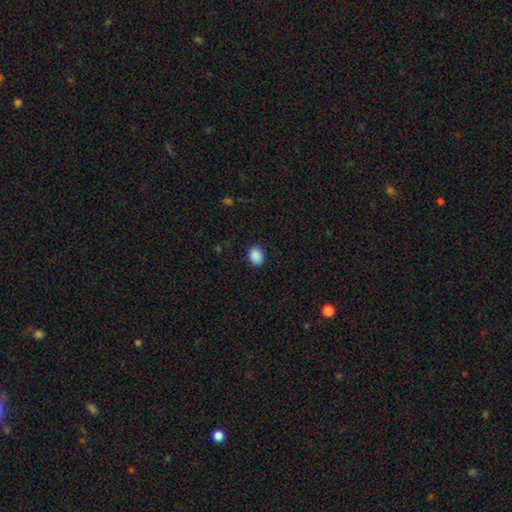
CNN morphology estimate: This appears to be a smooth galaxy with no disk features (89%) that is in between round and cigar-shaped (61%). Merging: none (89%).